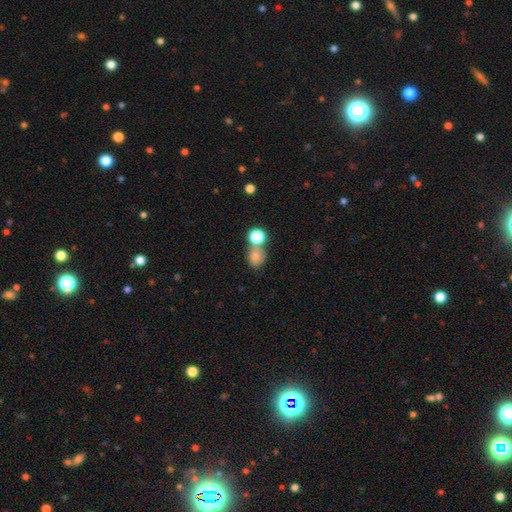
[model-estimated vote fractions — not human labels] Smooth or featured? Predicted: smooth (p=0.76). How rounded? Predicted: round (p=0.63). Merging? Predicted: none (p=0.48).